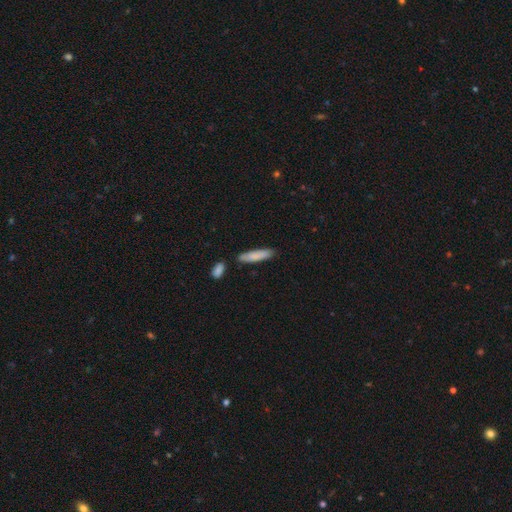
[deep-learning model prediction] Morphology: type=smooth (83%); roundness=cigar-shaped (77%); merging=none (79%).